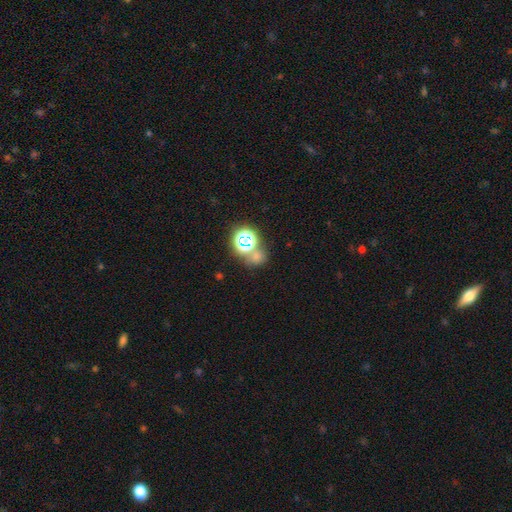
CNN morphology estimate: Q: Smooth or featured?
A: star or artifact (51%); runner-up: smooth (38%)